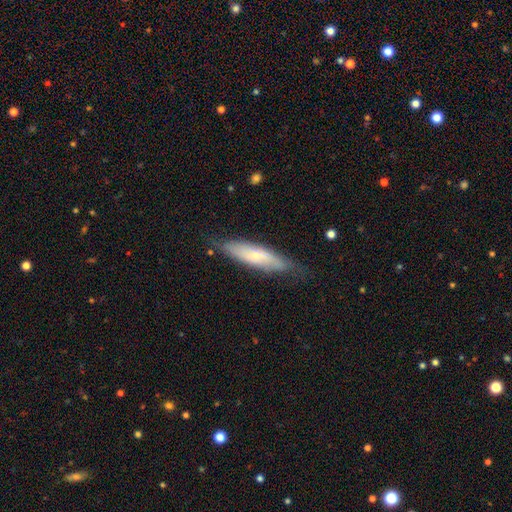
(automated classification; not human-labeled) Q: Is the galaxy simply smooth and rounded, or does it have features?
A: smooth — 56%.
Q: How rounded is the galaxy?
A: cigar-shaped — 67%.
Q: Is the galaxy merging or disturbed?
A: none — 71%.